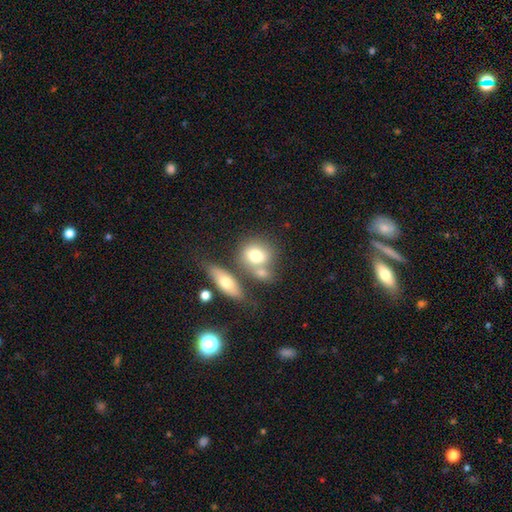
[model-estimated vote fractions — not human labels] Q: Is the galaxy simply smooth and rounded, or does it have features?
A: smooth — 72%.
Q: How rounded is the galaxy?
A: in between — 49%.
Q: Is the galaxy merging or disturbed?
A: none — 43%.